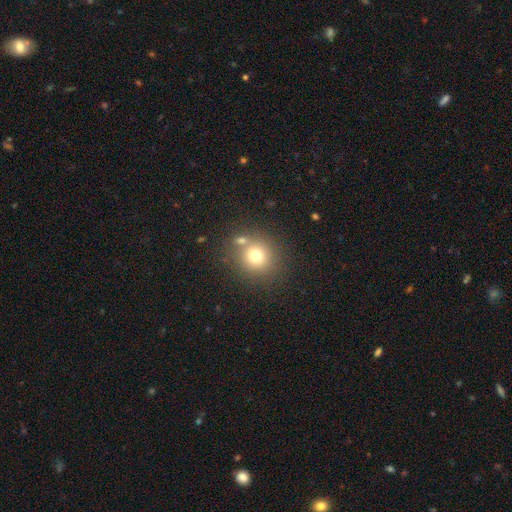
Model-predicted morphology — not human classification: Smooth or featured? smooth (72%)
How rounded? round (88%)
Merging? none (68%)